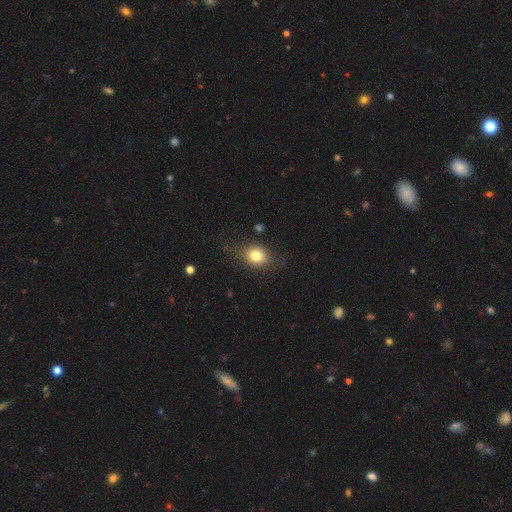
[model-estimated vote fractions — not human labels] smooth_or_featured: smooth (p=0.78) [alt: featured or disk p=0.12]
how_rounded: in between (p=0.56) [alt: round p=0.42]
merging: none (p=0.73) [alt: minor disturbance p=0.19]